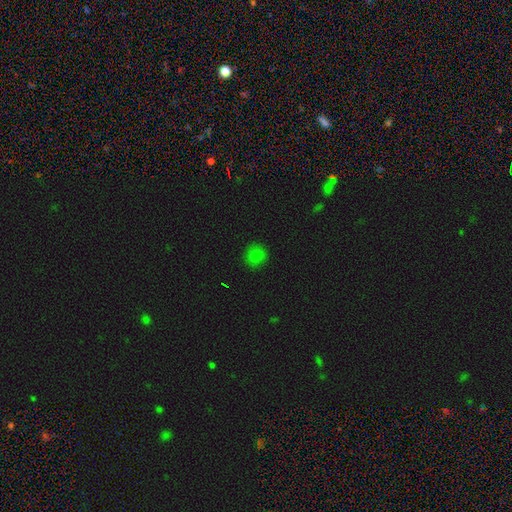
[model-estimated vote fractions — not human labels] smooth_or_featured: smooth (p=0.79) [alt: star or artifact p=0.15]
how_rounded: round (p=0.89) [alt: in between p=0.10]
merging: none (p=0.88) [alt: minor disturbance p=0.09]